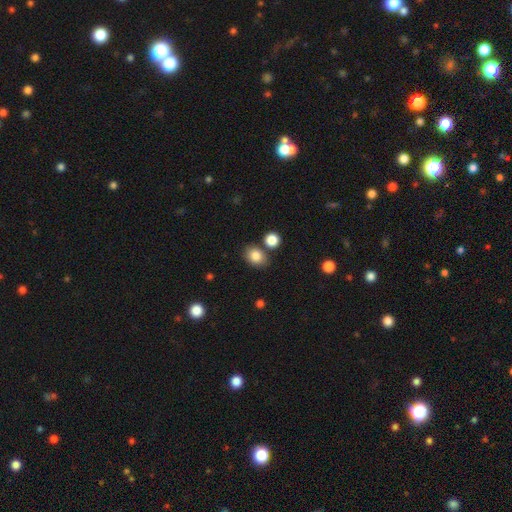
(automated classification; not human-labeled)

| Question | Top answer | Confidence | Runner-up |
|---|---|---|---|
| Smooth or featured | smooth | 84% | star or artifact (9%) |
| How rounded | in between | 62% | round (37%) |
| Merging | none | 72% | minor disturbance (12%) |